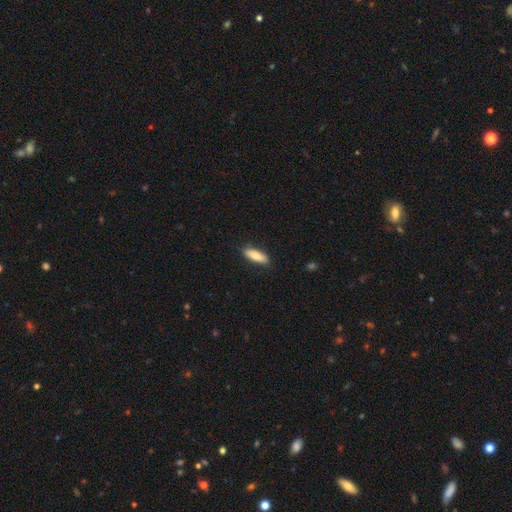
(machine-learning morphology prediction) smooth_or_featured: smooth (p=0.79) [alt: featured or disk p=0.15]
how_rounded: in between (p=0.55) [alt: cigar-shaped p=0.43]
merging: none (p=0.85) [alt: minor disturbance p=0.12]